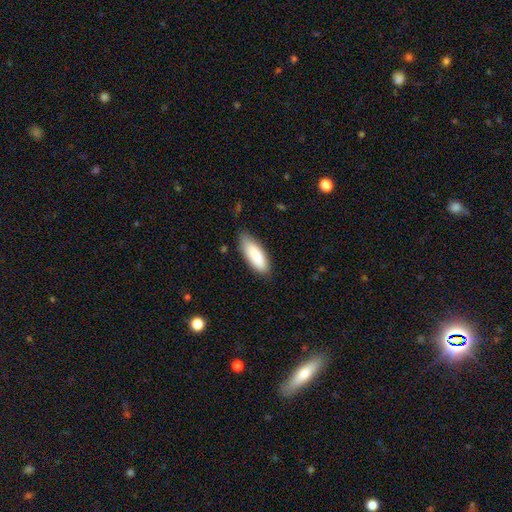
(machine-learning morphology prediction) This is clearly a smooth galaxy (87%). How rounded: likely in between (67%). Merging: likely none (79%).